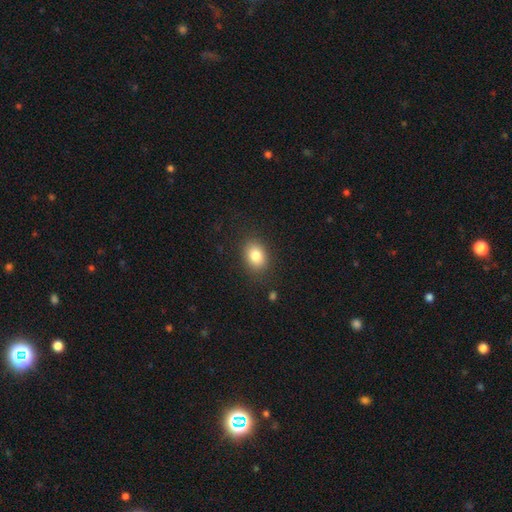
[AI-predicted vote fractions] Smooth or featured? smooth (83%)
How rounded? in between (69%)
Merging? none (86%)